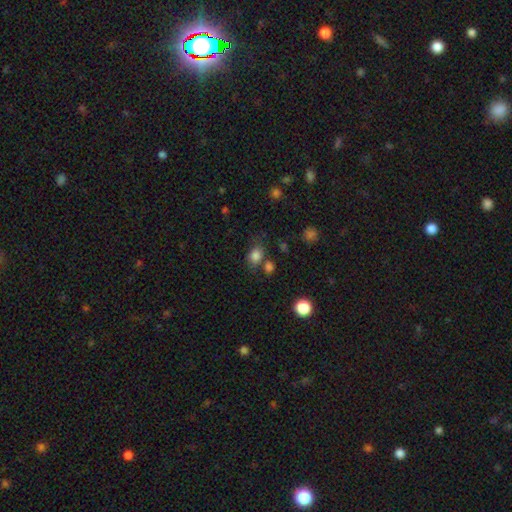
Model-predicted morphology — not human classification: Q: Smooth or featured?
A: smooth (80%); runner-up: star or artifact (13%)
Q: How rounded?
A: in between (52%); runner-up: round (47%)
Q: Merging?
A: none (59%); runner-up: merger (17%)